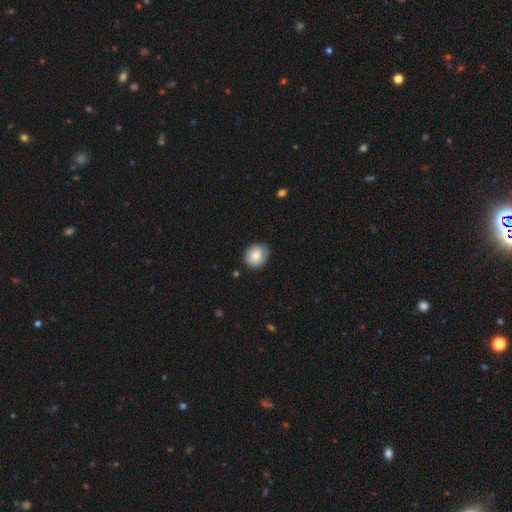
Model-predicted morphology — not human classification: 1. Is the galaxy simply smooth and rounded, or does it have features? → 80% smooth, 12% featured or disk, 8% star or artifact.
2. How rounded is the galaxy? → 69% round, 30% in between, 1% cigar-shaped.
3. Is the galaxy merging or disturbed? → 79% none, 17% minor disturbance, 3% major disturbance, 1% merger.